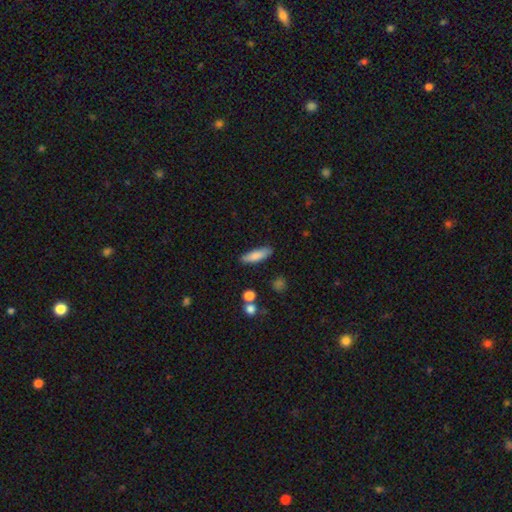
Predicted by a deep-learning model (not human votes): The model was most divided on "how rounded": cigar-shaped: 57%, in between: 41%, round: 2%. More confident: merging — none (85%); smooth or featured — smooth (82%).